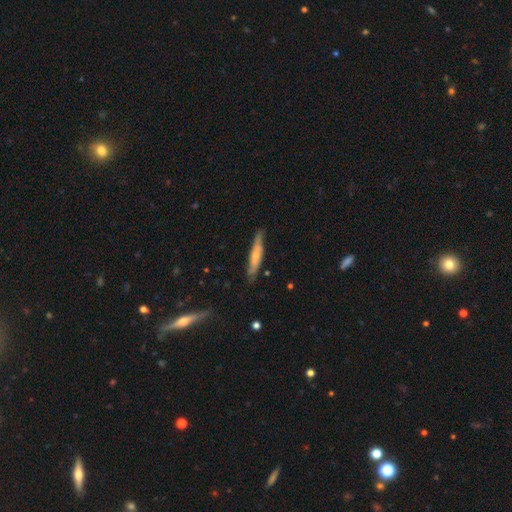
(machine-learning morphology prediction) Smooth or featured?
  - featured or disk: 50% *
  - smooth: 44%
  - star or artifact: 6%
Edge-on disk?
  - yes: 67% *
  - no: 33%
Merging?
  - none: 76% *
  - minor disturbance: 19%
  - major disturbance: 4%
  - merger: 2%